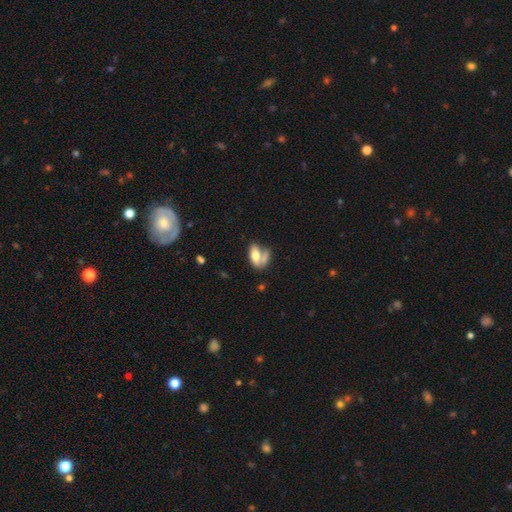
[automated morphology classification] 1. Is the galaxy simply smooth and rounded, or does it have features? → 67% smooth, 26% featured or disk, 7% star or artifact.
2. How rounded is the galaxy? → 85% in between, 8% round, 7% cigar-shaped.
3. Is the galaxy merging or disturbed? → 46% merger, 29% none, 13% minor disturbance, 11% major disturbance.